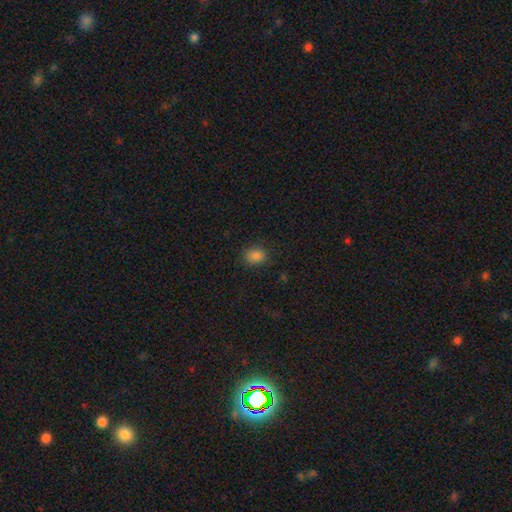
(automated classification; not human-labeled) A smooth galaxy with no disk features (85%) that is round (56%).

Vote fractions:
- Smooth or featured? smooth: 85% / star or artifact: 12% / featured or disk: 4%
- How rounded? round: 56% / in between: 43% / cigar-shaped: 1%
- Merging? none: 84% / minor disturbance: 12% / major disturbance: 3% / merger: 1%